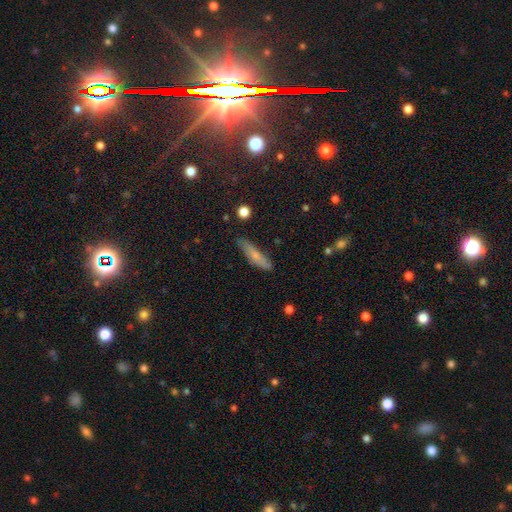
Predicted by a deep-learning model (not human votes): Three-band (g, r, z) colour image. It shows a smooth galaxy with no disk features (66%) that is cigar-shaped (77%). Merging: none (76%).